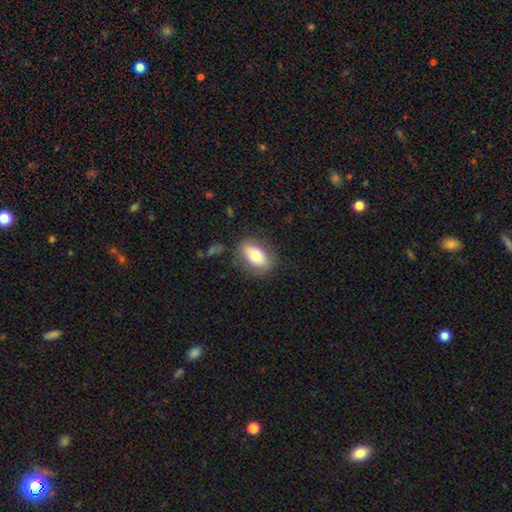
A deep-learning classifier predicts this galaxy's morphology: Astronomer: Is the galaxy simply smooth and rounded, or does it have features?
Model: smooth — 71%.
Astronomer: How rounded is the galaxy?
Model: in between — 85%.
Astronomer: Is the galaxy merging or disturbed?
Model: none — 77%.